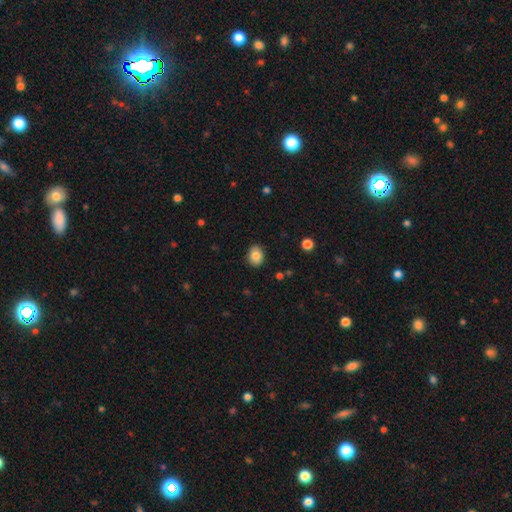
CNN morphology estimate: smooth-or-featured: smooth: 83% | star or artifact: 9% | featured or disk: 8%
  how-rounded: in between: 55% | round: 44% | cigar-shaped: 1%
  merging: none: 87% | minor disturbance: 10% | major disturbance: 2% | merger: 1%